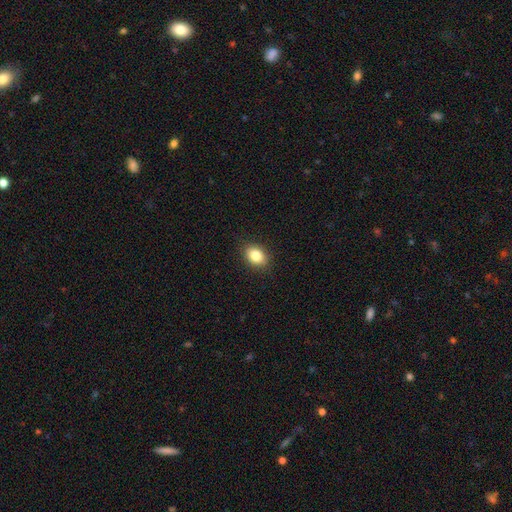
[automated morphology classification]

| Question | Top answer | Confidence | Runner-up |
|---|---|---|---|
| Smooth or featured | smooth | 84% | star or artifact (9%) |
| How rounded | in between | 74% | round (25%) |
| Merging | none | 88% | minor disturbance (9%) |